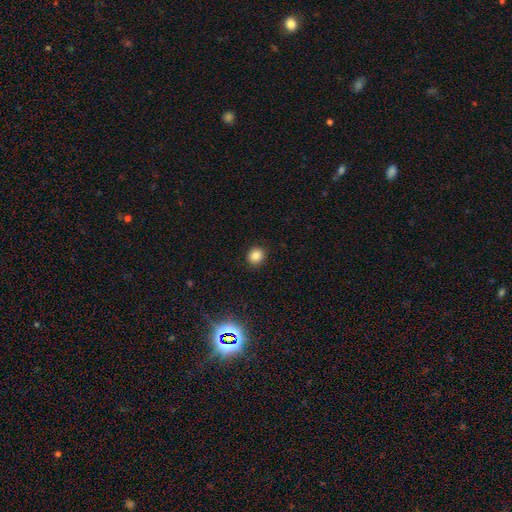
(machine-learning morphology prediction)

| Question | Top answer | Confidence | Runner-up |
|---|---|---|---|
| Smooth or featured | smooth | 84% | star or artifact (12%) |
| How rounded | round | 84% | in between (15%) |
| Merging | none | 90% | minor disturbance (6%) |